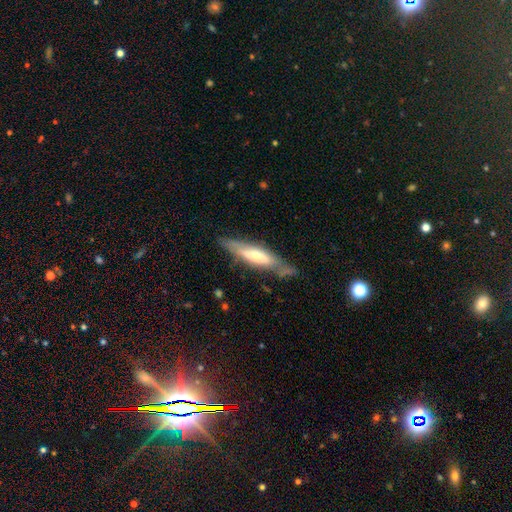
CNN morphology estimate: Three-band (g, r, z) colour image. It shows a featured or disk galaxy (61%) viewed edge-on (69%). Merging: none (71%).